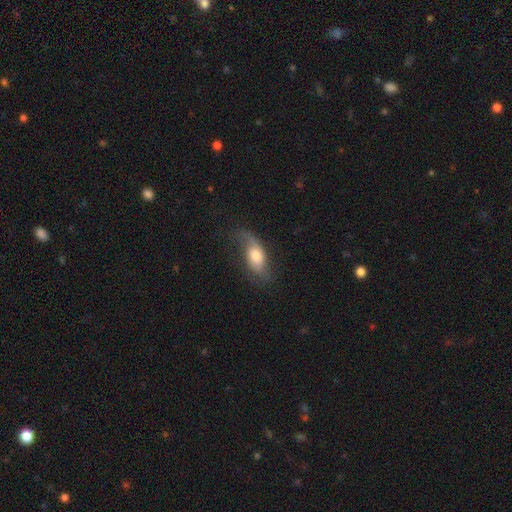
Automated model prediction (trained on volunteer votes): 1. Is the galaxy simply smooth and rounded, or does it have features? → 48% smooth, 45% featured or disk, 7% star or artifact.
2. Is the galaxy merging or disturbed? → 52% none, 27% minor disturbance, 19% major disturbance, 2% merger.